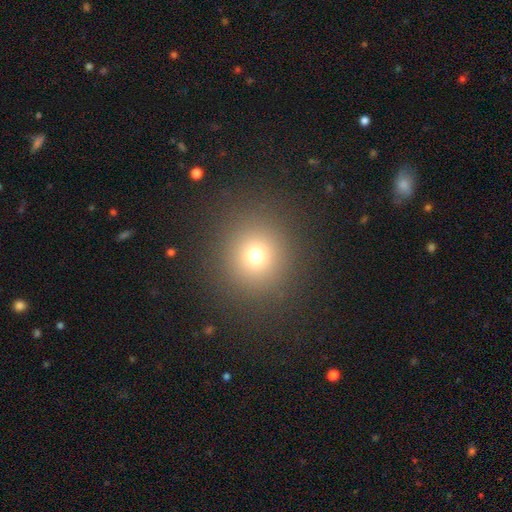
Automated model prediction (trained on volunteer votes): Overall: smooth (70%). How rounded: round (91%). Merging: none (89%).